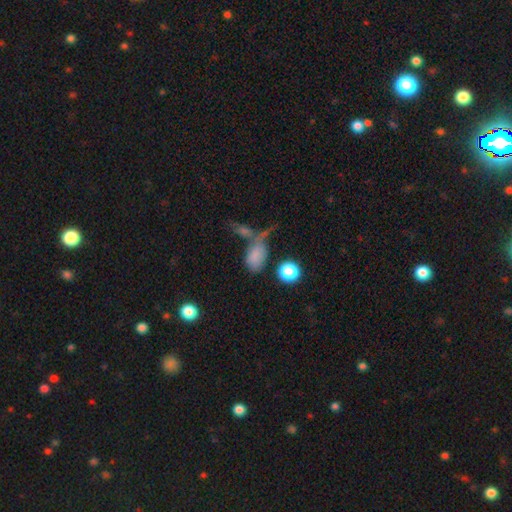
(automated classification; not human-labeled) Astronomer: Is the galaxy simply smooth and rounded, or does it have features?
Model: smooth — 75%.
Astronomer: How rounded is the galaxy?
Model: in between — 85%.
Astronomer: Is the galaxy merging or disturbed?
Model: none — 34% (runner-up: merger, 29%).